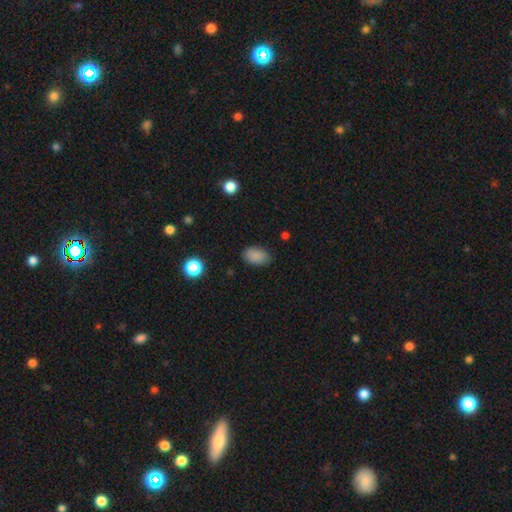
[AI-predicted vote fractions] Smooth or featured? Predicted: smooth (p=0.87). How rounded? Predicted: in between (p=0.90). Merging? Predicted: none (p=0.84).